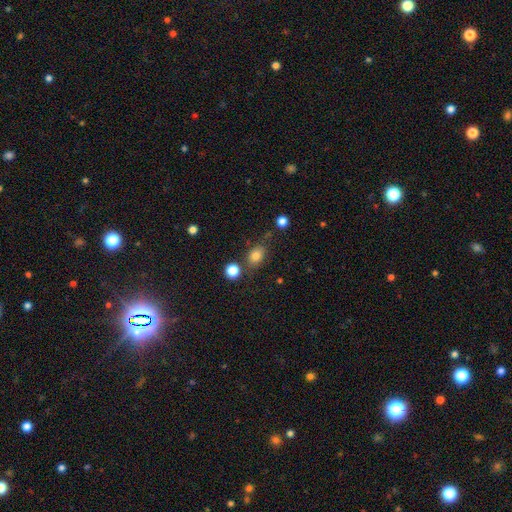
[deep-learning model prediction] Morphology: type=smooth (80%); roundness=in between (63%); merging=none (69%).